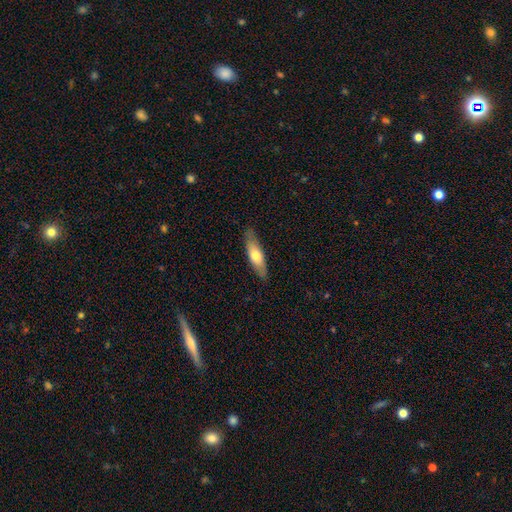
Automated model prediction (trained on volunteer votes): A smooth galaxy with no disk features (62%) that is cigar-shaped (58%).

Vote fractions:
- Smooth or featured? smooth: 62% / featured or disk: 32% / star or artifact: 5%
- How rounded? cigar-shaped: 58% / in between: 41% / round: 2%
- Merging? none: 84% / minor disturbance: 13% / major disturbance: 2% / merger: 1%